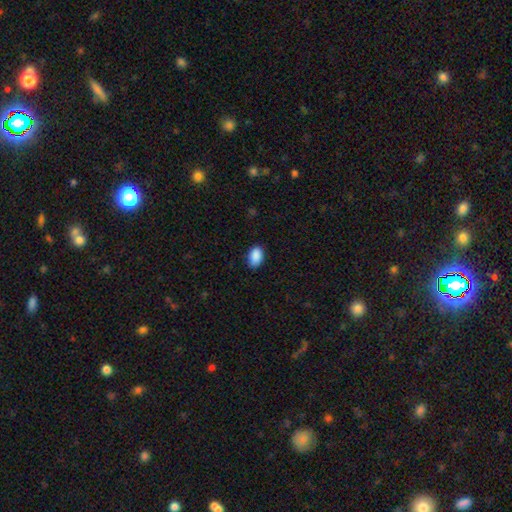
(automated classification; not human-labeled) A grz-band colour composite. It shows a smooth galaxy with no disk features (90%) that is in between round and cigar-shaped (91%). Merging: none (82%).